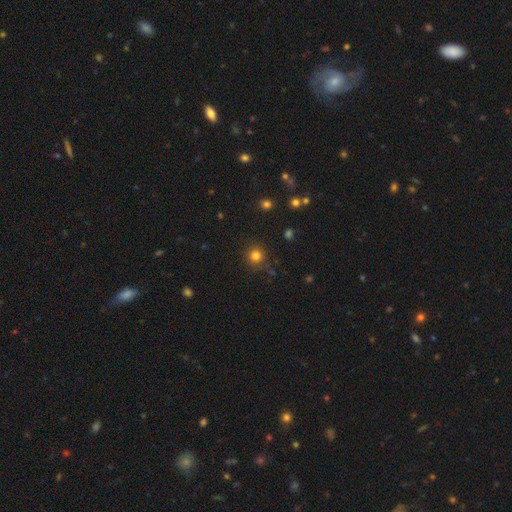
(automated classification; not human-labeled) Overall: smooth (80%). How rounded: round (93%). Merging: none (86%).